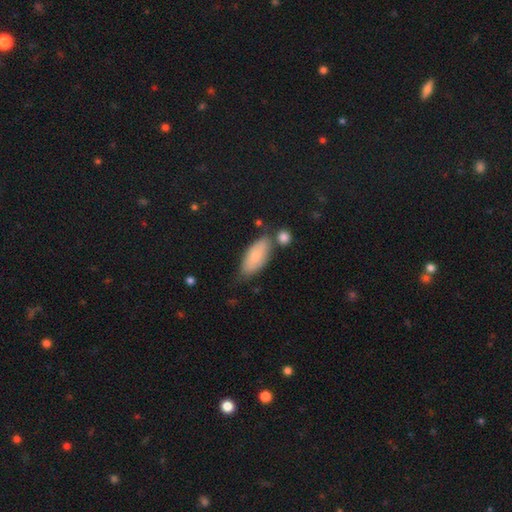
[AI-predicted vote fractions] A smooth galaxy with no disk features (78%) that is in between round and cigar-shaped (81%). Merging: none (65%).